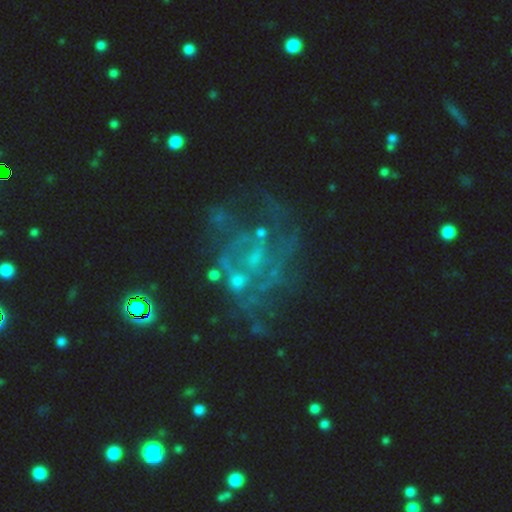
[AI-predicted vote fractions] This appears to be a featured or disk galaxy (74%) with no bar (63%), medium (42%) spiral arms (70%) and a small central bulge (46%). Merging: none (44%).